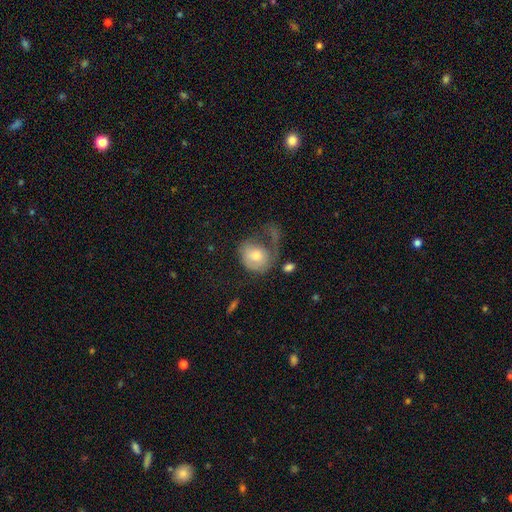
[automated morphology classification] The model was most divided on "how rounded": round: 60%, in between: 39%, cigar-shaped: 1%. More confident: smooth or featured — smooth (58%); merging — major disturbance (52%).